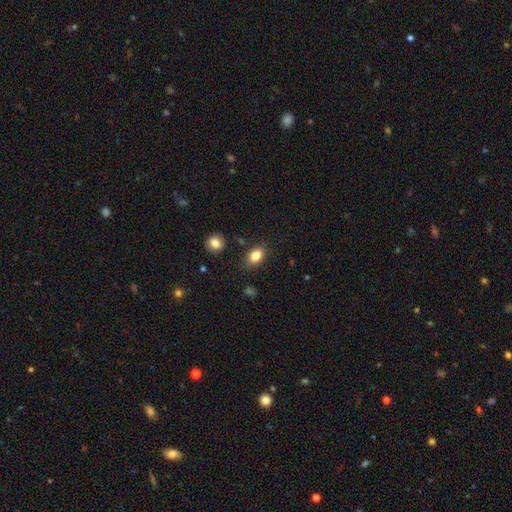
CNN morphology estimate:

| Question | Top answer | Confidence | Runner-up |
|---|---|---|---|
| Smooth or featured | smooth | 83% | star or artifact (9%) |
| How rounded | in between | 84% | round (14%) |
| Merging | none | 82% | minor disturbance (13%) |